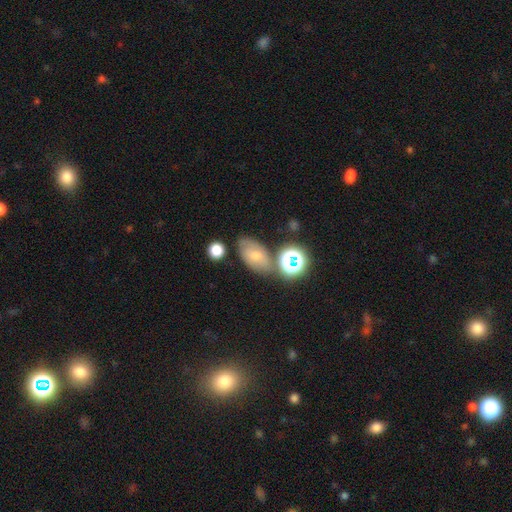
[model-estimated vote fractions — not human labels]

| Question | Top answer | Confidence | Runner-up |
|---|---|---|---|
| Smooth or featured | smooth | 58% | featured or disk (26%) |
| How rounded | in between | 83% | round (14%) |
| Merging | none | 63% | minor disturbance (20%) |